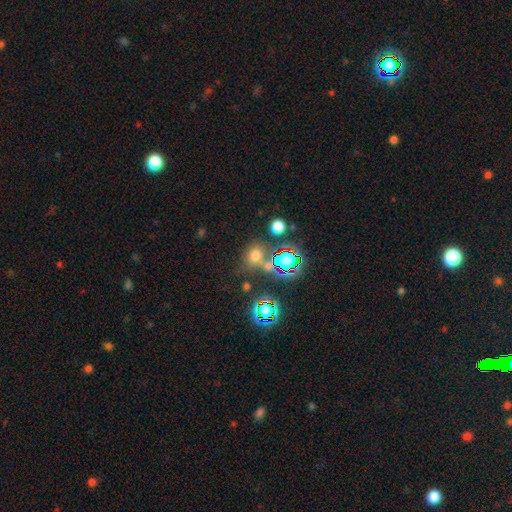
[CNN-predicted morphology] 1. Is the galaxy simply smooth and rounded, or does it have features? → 59% smooth, 32% star or artifact, 9% featured or disk.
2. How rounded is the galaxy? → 61% round, 38% in between, 2% cigar-shaped.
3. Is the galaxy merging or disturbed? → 64% none, 18% merger, 12% minor disturbance, 6% major disturbance.